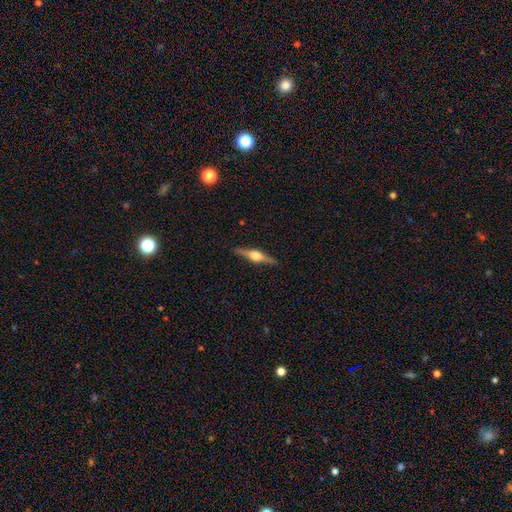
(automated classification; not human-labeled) smooth_or_featured: featured or disk (p=0.75) [alt: smooth p=0.20]
disk_edge_on: yes (p=0.98) [alt: no p=0.02]
edge_on_bulge: rounded (p=0.92) [alt: boxy p=0.06]
merging: none (p=0.90) [alt: minor disturbance p=0.07]